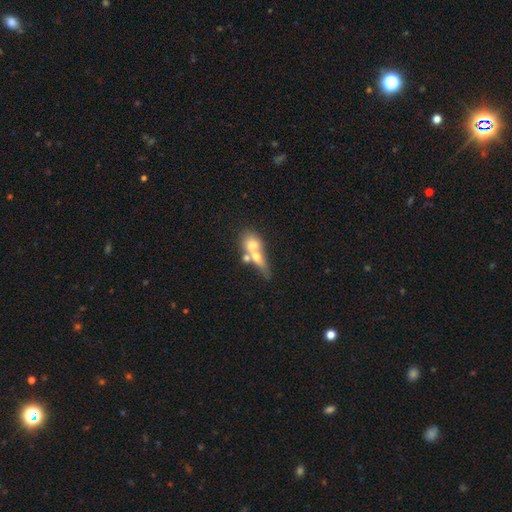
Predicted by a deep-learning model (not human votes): Overall: smooth (55%; featured or disk 35%). How rounded: round (41%; in between 39%). Merging: merger (65%).